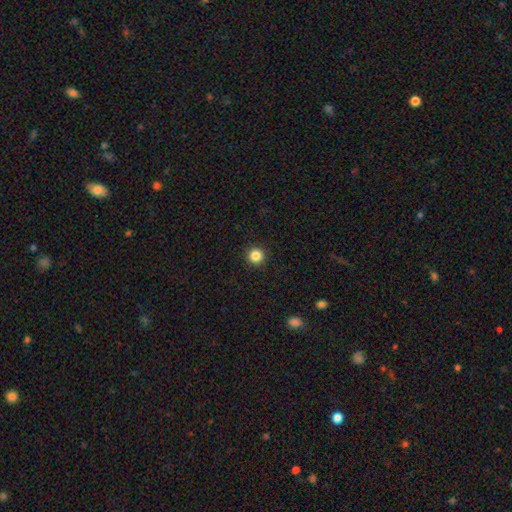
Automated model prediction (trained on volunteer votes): Smooth or featured: smooth — 85% (star or artifact — 11%)
How rounded: round — 96% (in between — 3%)
Merging: none — 93% (minor disturbance — 4%)